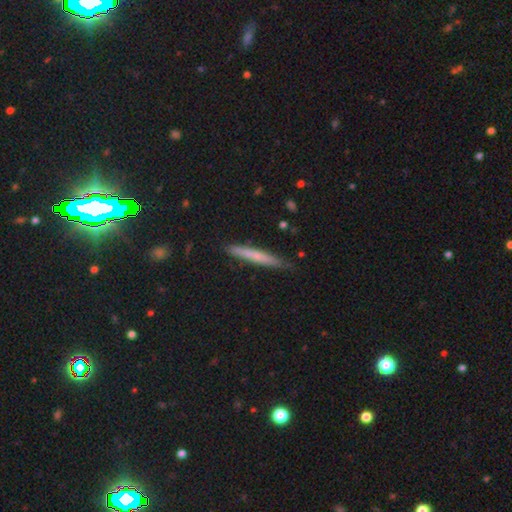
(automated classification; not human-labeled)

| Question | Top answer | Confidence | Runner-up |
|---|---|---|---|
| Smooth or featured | smooth | 63% | featured or disk (31%) |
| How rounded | cigar-shaped | 96% | in between (3%) |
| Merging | none | 81% | minor disturbance (15%) |